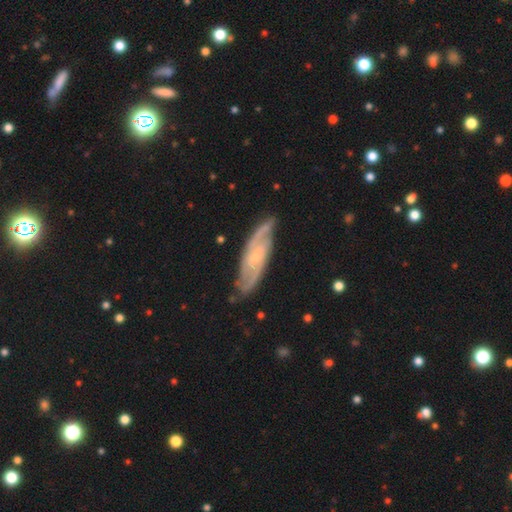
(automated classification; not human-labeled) smooth-or-featured: featured or disk: 84% | smooth: 11% | star or artifact: 5%
  disk-edge-on: no: 86% | yes: 14%
    bar: no: 51% | weak: 40% | strong: 10%
    has-spiral-arms: yes: 96% | no: 4%
      spiral-winding: medium: 48% | tight: 37% | loose: 15%
      spiral-arm-count: 2: 71% | can't tell: 13% | 3: 9% | 4: 3% | 1: 2% | more than 4: 2%
    bulge-size: small: 64% | moderate: 20% | none: 13% | large: 2% | dominant: 1%
  merging: none: 79% | minor disturbance: 15% | major disturbance: 4% | merger: 1%